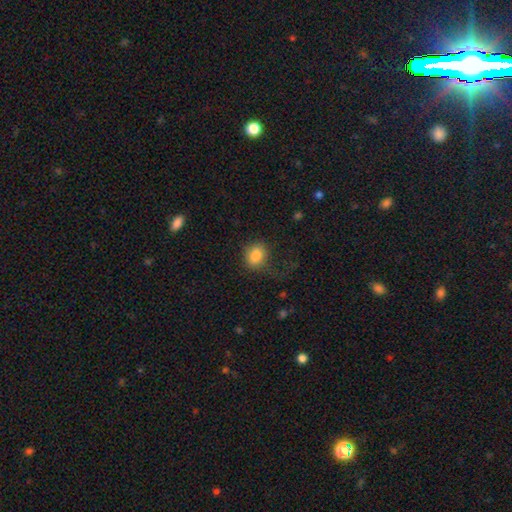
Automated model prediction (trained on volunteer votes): Smooth or featured?
  - smooth: 84% *
  - star or artifact: 9%
  - featured or disk: 6%
How rounded?
  - in between: 52% *
  - round: 47%
  - cigar-shaped: 1%
Merging?
  - none: 65% *
  - minor disturbance: 19%
  - major disturbance: 14%
  - merger: 2%